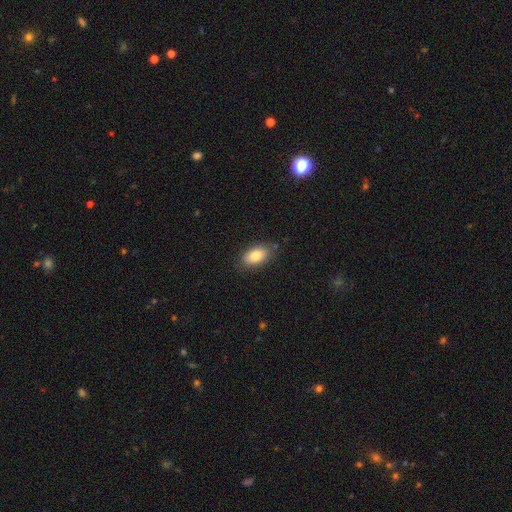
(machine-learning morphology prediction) Smooth or featured?
  - smooth: 81% *
  - featured or disk: 12%
  - star or artifact: 7%
How rounded?
  - in between: 92% *
  - round: 5%
  - cigar-shaped: 4%
Merging?
  - none: 82% *
  - minor disturbance: 14%
  - major disturbance: 3%
  - merger: 1%